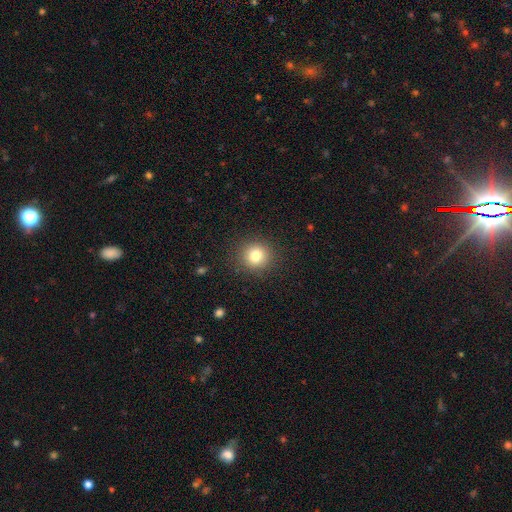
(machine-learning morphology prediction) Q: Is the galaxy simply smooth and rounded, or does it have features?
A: smooth — 80%.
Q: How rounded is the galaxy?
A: round — 91%.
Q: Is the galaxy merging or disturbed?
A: none — 90%.